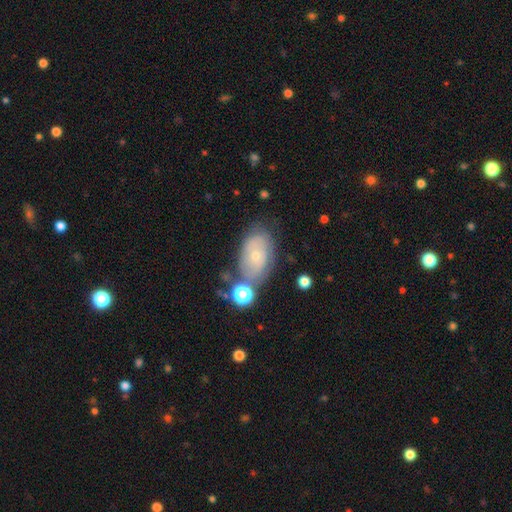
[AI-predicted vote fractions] smooth-or-featured: featured or disk: 48% | smooth: 42% | star or artifact: 10%
  merging: none: 58% | minor disturbance: 24% | major disturbance: 10% | merger: 9%